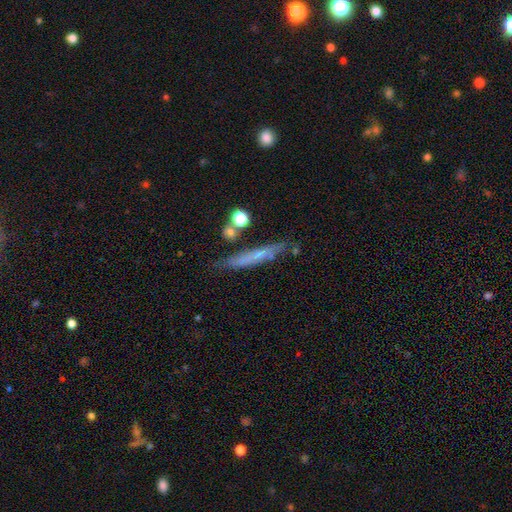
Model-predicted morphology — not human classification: Smooth or featured: smooth — 47% (featured or disk — 44%)
Merging: none — 73% (minor disturbance — 17%)